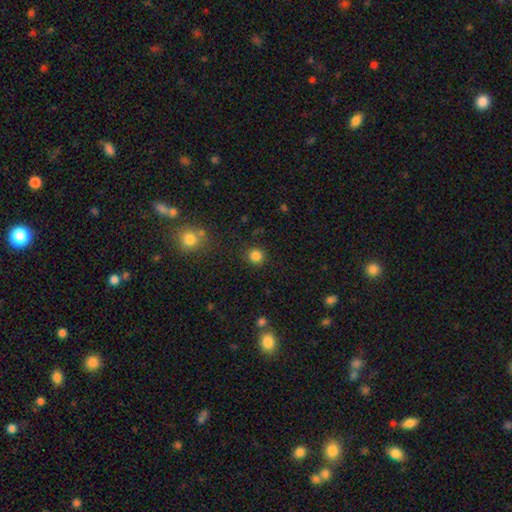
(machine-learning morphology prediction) Smooth or featured? smooth (83%)
How rounded? round (92%)
Merging? none (89%)